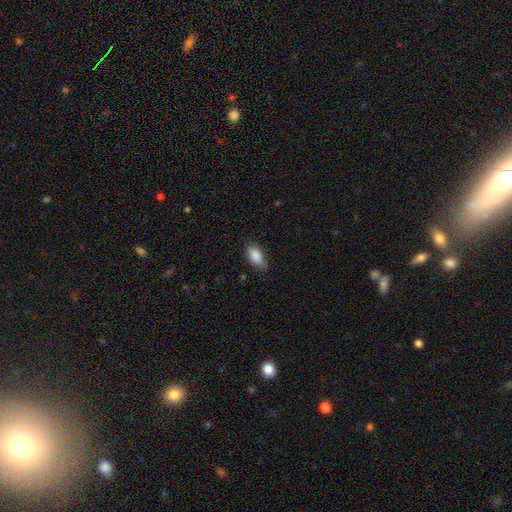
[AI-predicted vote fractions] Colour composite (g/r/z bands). It shows a smooth galaxy with no disk features (88%) that is in between round and cigar-shaped (92%). Merging: none (79%).